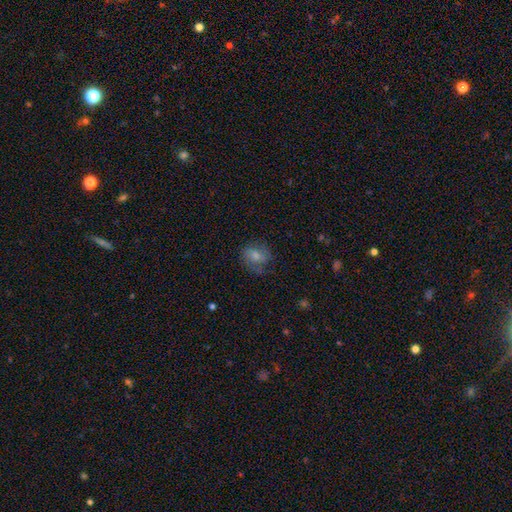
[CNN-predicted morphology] Smooth or featured? smooth (61%)
How rounded? round (51%)
Merging? none (62%)